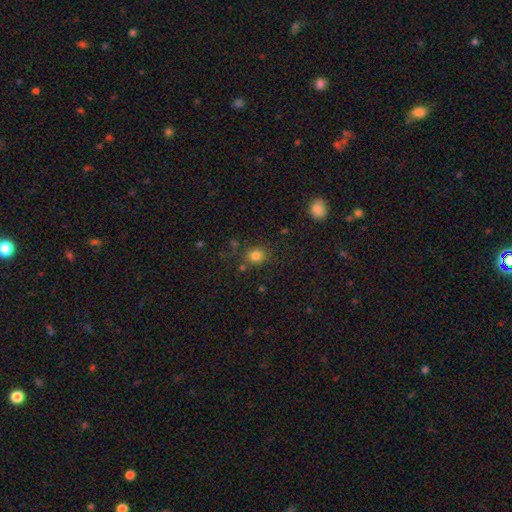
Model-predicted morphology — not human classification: Smooth or featured? smooth (81%)
How rounded? round (84%)
Merging? none (79%)